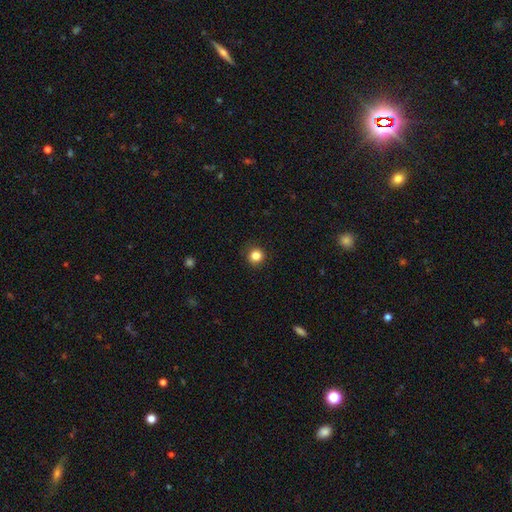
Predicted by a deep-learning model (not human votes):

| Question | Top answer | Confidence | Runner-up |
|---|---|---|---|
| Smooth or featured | smooth | 84% | star or artifact (12%) |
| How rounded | round | 93% | in between (6%) |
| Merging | none | 90% | minor disturbance (7%) |